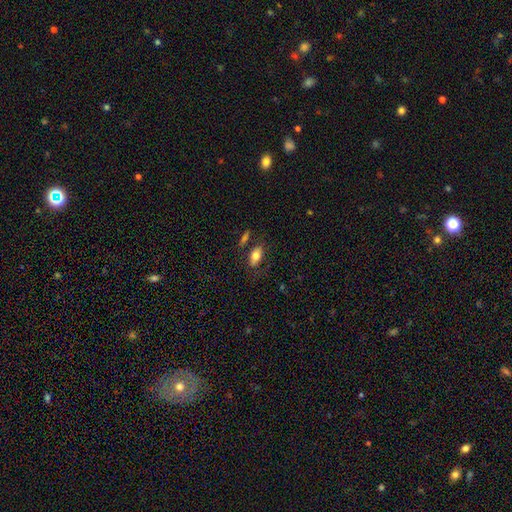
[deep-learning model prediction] Morphology: type=smooth (76%); roundness=in between (88%); merging=none (74%).